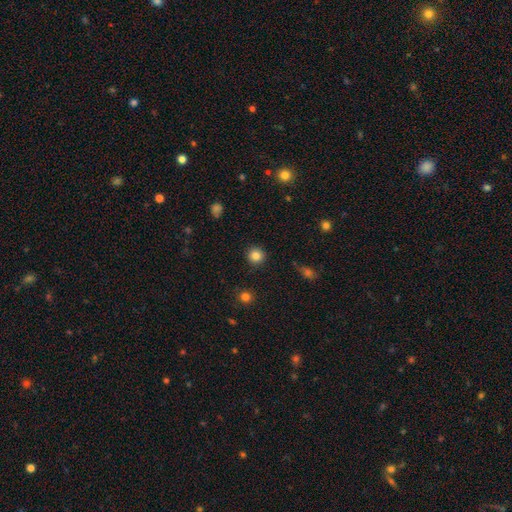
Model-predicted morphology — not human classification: Smooth or featured?
  - smooth: 84% *
  - star or artifact: 11%
  - featured or disk: 5%
How rounded?
  - round: 94% *
  - in between: 5%
  - cigar-shaped: 1%
Merging?
  - none: 92% *
  - minor disturbance: 5%
  - major disturbance: 2%
  - merger: 1%